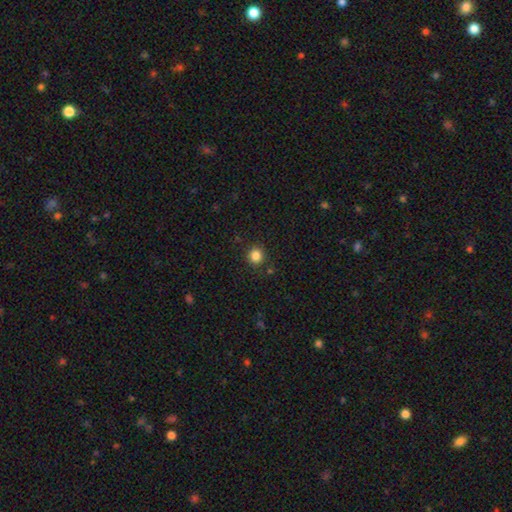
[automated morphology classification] smooth_or_featured: smooth (p=0.84) [alt: star or artifact p=0.12]
how_rounded: round (p=0.90) [alt: in between p=0.10]
merging: none (p=0.88) [alt: minor disturbance p=0.07]